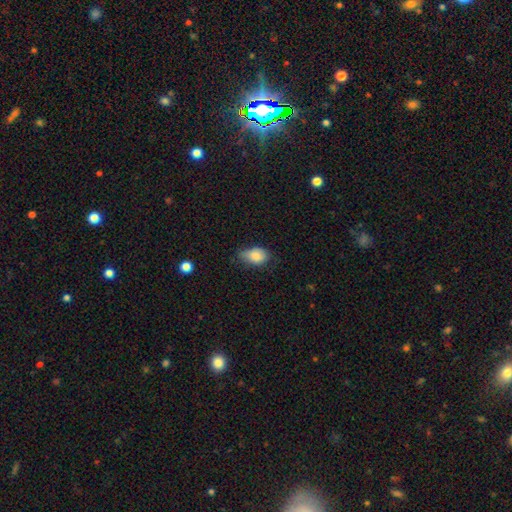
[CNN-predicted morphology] Smooth or featured?
  - smooth: 83% *
  - featured or disk: 9%
  - star or artifact: 8%
How rounded?
  - in between: 85% *
  - round: 14%
  - cigar-shaped: 2%
Merging?
  - none: 49% *
  - minor disturbance: 40%
  - major disturbance: 10%
  - merger: 2%